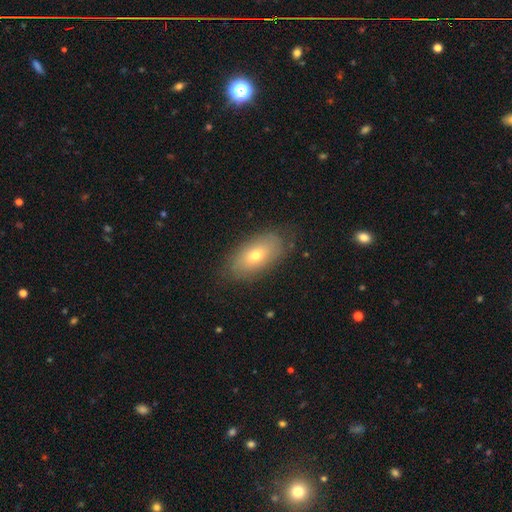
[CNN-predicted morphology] Smooth or featured: smooth — 63% (featured or disk — 28%)
How rounded: in between — 90% (round — 5%)
Merging: none — 78% (minor disturbance — 16%)